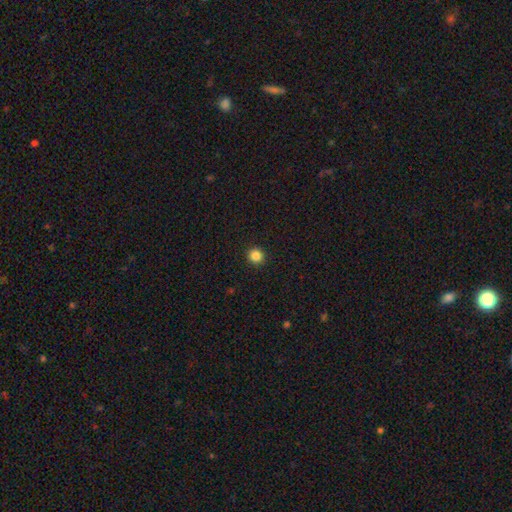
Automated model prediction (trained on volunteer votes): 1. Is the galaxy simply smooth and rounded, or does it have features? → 85% smooth, 12% star or artifact, 4% featured or disk.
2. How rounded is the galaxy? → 95% round, 4% in between, 1% cigar-shaped.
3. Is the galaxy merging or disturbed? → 93% none, 4% minor disturbance, 2% major disturbance, 1% merger.